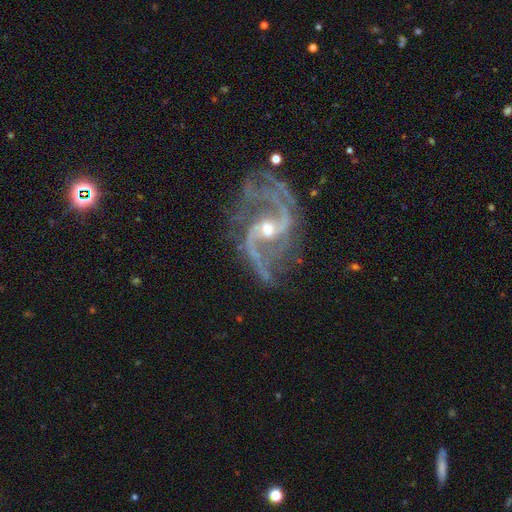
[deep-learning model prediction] Smooth or featured?
  - featured or disk: 92% *
  - star or artifact: 5%
  - smooth: 2%
Edge-on disk?
  - no: 98% *
  - yes: 2%
Bar?
  - weak: 45% *
  - no: 29%
  - strong: 26%
Spiral arms?
  - yes: 98% *
  - no: 2%
Spiral winding?
  - loose: 53% *
  - medium: 38%
  - tight: 9%
Spiral arm count?
  - 2: 86% *
  - 3: 4%
  - can't tell: 3%
  - 1: 2%
  - 4: 2%
  - more than 4: 2%
Bulge size?
  - moderate: 50% *
  - small: 46%
  - large: 2%
  - none: 1%
  - dominant: 1%
Merging?
  - none: 63% *
  - minor disturbance: 18%
  - major disturbance: 16%
  - merger: 4%